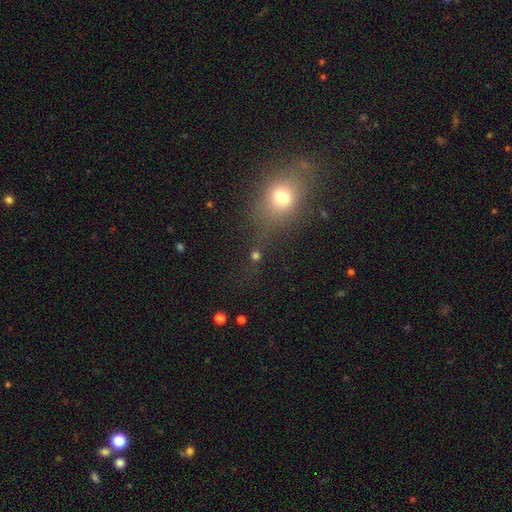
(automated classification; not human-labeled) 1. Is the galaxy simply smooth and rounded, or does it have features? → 55% smooth, 33% star or artifact, 12% featured or disk.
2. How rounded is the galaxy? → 69% round, 27% in between, 5% cigar-shaped.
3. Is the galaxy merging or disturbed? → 61% none, 16% merger, 12% minor disturbance, 11% major disturbance.